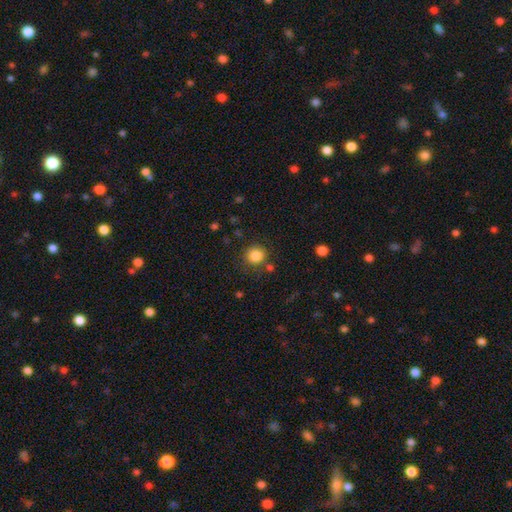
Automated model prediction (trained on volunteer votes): Morphology: type=smooth (85%); roundness=round (88%); merging=none (81%).